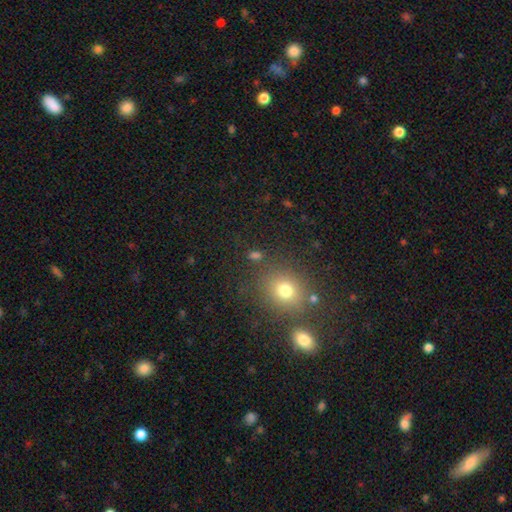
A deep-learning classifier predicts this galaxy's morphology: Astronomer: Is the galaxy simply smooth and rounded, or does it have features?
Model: smooth — 67%.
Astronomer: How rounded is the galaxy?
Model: round — 68%.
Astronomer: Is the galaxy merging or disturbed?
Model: none — 78%.